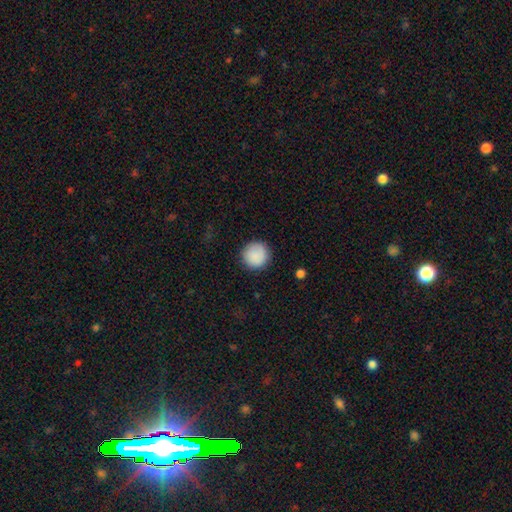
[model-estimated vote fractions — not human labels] The model was most divided on "merging": none: 89%, minor disturbance: 8%, major disturbance: 2%, merger: 1%. More confident: how rounded — round (95%); smooth or featured — smooth (89%).